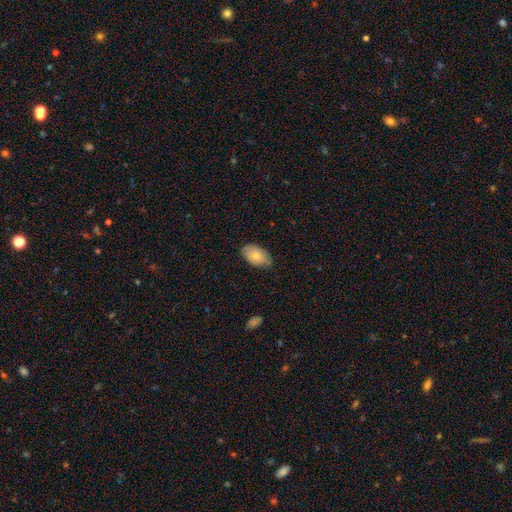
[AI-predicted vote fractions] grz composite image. It shows a smooth galaxy with no disk features (78%) that is in between round and cigar-shaped (93%). Merging: none (74%).